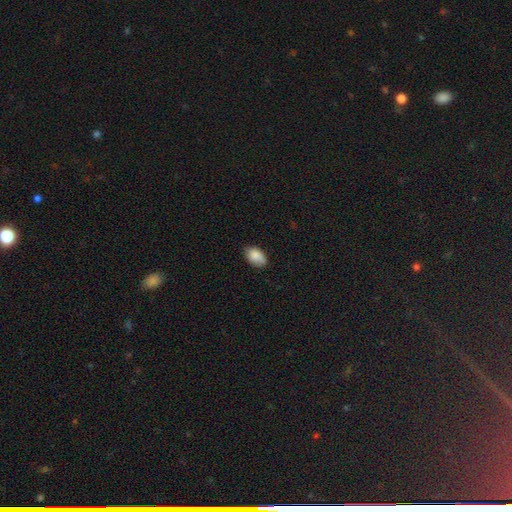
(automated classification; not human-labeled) Q: Smooth or featured?
A: smooth (87%); runner-up: star or artifact (7%)
Q: How rounded?
A: in between (91%); runner-up: round (8%)
Q: Merging?
A: none (76%); runner-up: minor disturbance (20%)